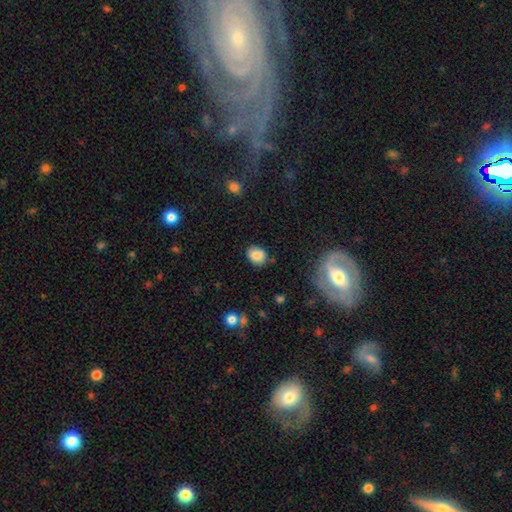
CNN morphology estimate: smooth_or_featured: smooth (p=0.84) [alt: star or artifact p=0.09]
how_rounded: round (p=0.51) [alt: in between p=0.48]
merging: none (p=0.75) [alt: minor disturbance p=0.19]